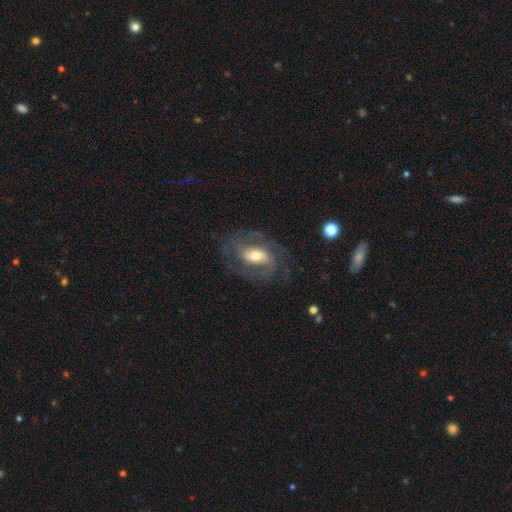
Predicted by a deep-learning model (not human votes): Morphology: type=featured or disk (82%); edge-on=no (96%); bar=weak (43%); spiral arms=yes (93%); winding=medium (49%); arm count=2 (65%); bulge=moderate (62%); merging=none (71%).